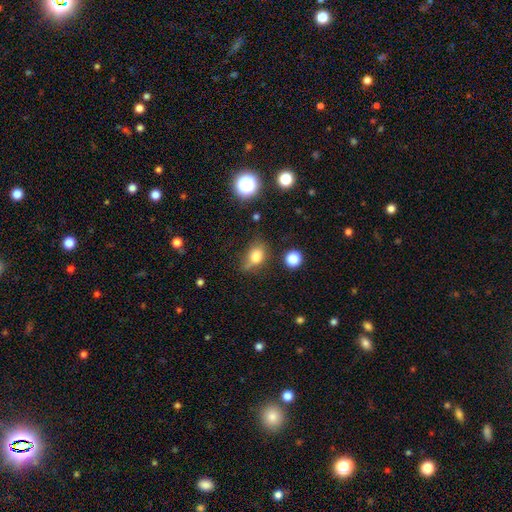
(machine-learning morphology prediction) The model was most divided on "merging": none: 53%, minor disturbance: 31%, major disturbance: 11%, merger: 6%. More confident: smooth or featured — smooth (75%); how rounded — in between (66%).